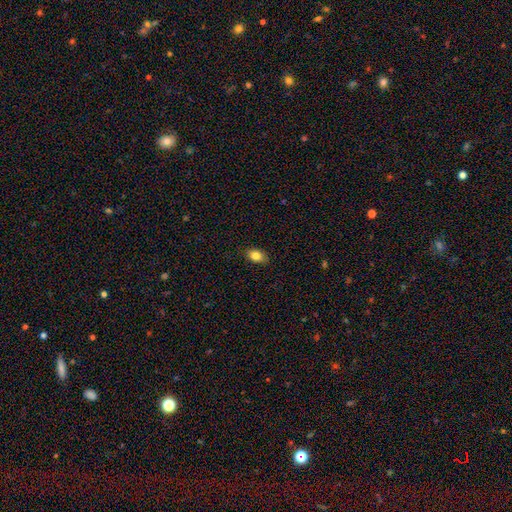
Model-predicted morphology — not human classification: A smooth galaxy with no disk features (83%) that is in between round and cigar-shaped (82%).

Vote fractions:
- Smooth or featured? smooth: 83% / featured or disk: 9% / star or artifact: 9%
- How rounded? in between: 82% / round: 16% / cigar-shaped: 2%
- Merging? none: 84% / minor disturbance: 12% / major disturbance: 2% / merger: 1%